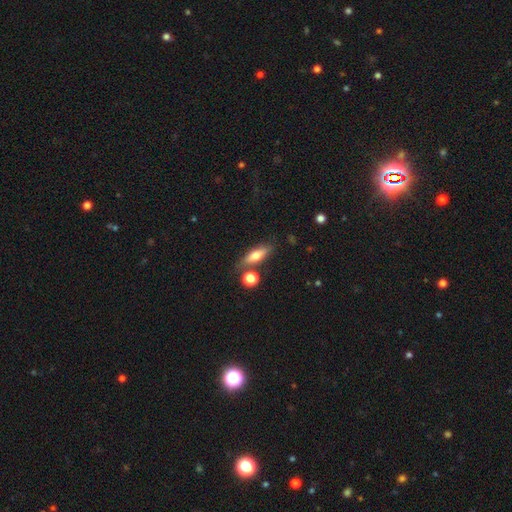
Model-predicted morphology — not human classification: smooth 61%, featured or disk 31%, star or artifact 8%. Down the decision tree: how rounded — in between (48%); merging — none (70%).